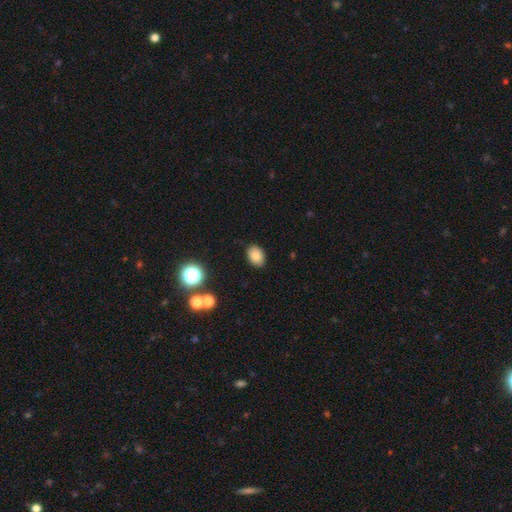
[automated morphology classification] Overall: smooth (83%). How rounded: in between (76%). Merging: none (86%).